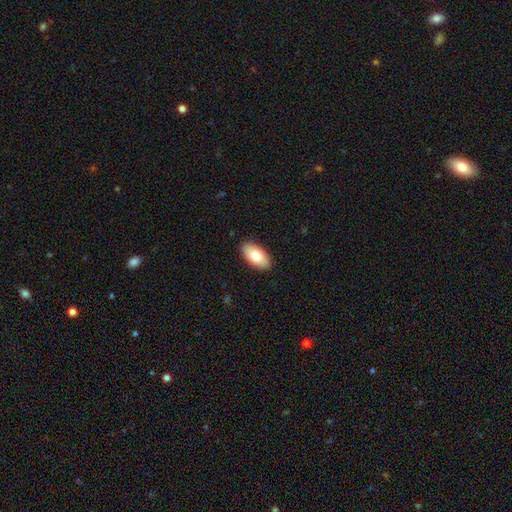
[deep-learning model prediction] Smooth or featured?
  - smooth: 77% *
  - featured or disk: 17%
  - star or artifact: 6%
How rounded?
  - in between: 95% *
  - cigar-shaped: 3%
  - round: 3%
Merging?
  - none: 90% *
  - minor disturbance: 8%
  - major disturbance: 2%
  - merger: 1%